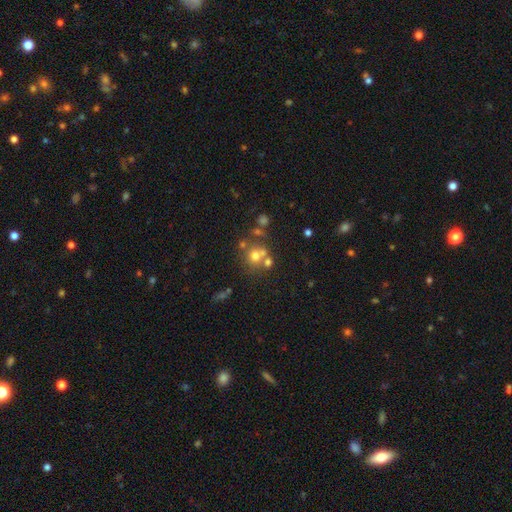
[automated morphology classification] smooth_or_featured: smooth (p=0.60) [alt: featured or disk p=0.22]
how_rounded: round (p=0.85) [alt: in between p=0.14]
merging: none (p=0.52) [alt: merger p=0.33]